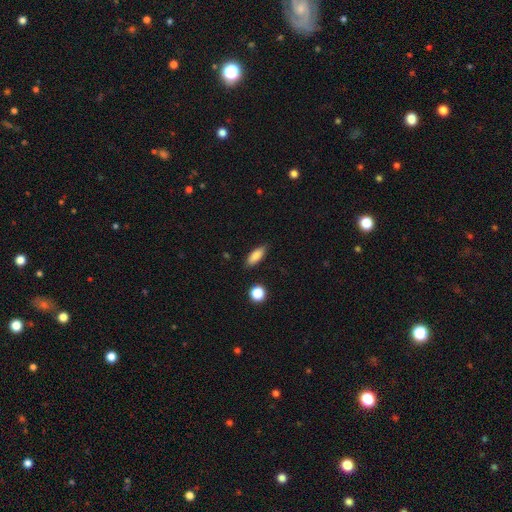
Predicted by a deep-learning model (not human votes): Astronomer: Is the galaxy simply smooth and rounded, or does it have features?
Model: smooth — 85%.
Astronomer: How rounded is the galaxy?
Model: in between — 71%.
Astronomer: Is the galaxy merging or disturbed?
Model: none — 86%.